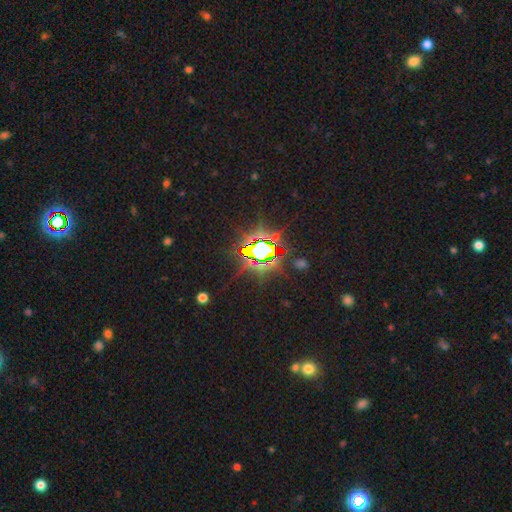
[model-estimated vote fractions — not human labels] Smooth or featured: star or artifact — 80% (smooth — 10%)